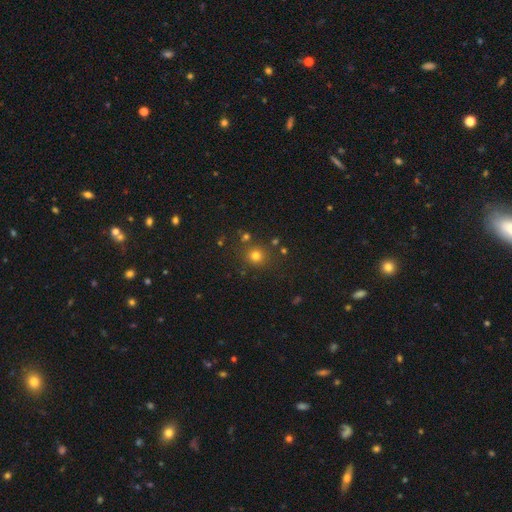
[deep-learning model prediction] Smooth or featured? Predicted: smooth (p=0.74). How rounded? Predicted: round (p=0.90). Merging? Predicted: none (p=0.82).